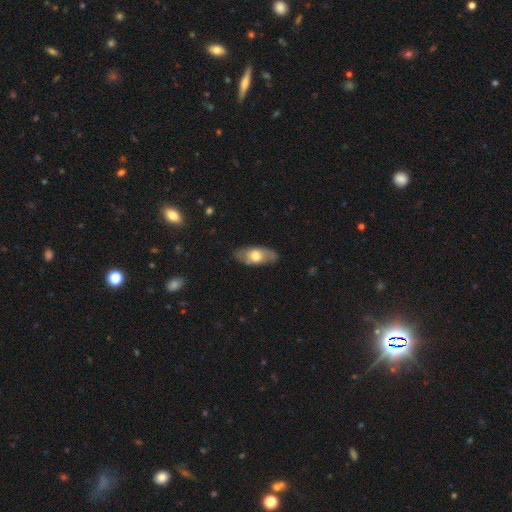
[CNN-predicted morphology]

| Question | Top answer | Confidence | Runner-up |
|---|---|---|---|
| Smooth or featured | smooth | 53% | featured or disk (41%) |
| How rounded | in between | 85% | cigar-shaped (10%) |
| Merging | none | 80% | minor disturbance (15%) |